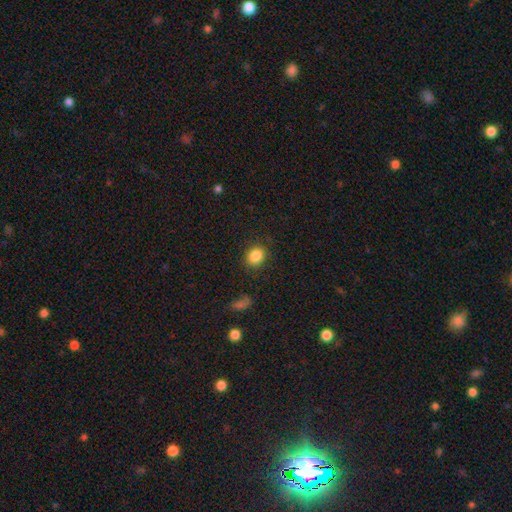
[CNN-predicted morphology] The model was most divided on "how rounded": round: 56%, in between: 43%, cigar-shaped: 1%. More confident: smooth or featured — smooth (86%); merging — none (85%).